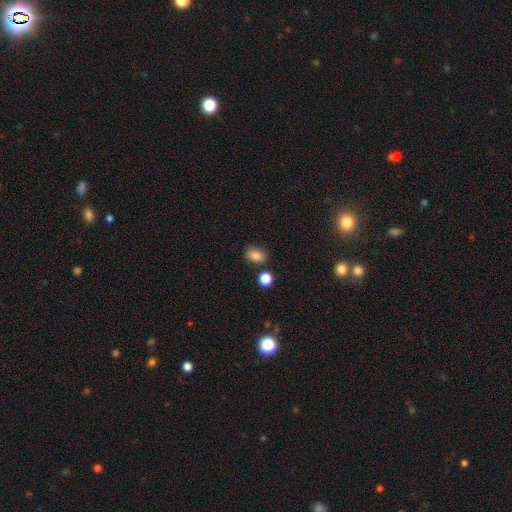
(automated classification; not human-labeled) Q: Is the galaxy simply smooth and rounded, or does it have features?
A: smooth — 81%.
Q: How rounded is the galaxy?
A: in between — 75%.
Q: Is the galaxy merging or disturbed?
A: none — 78%.